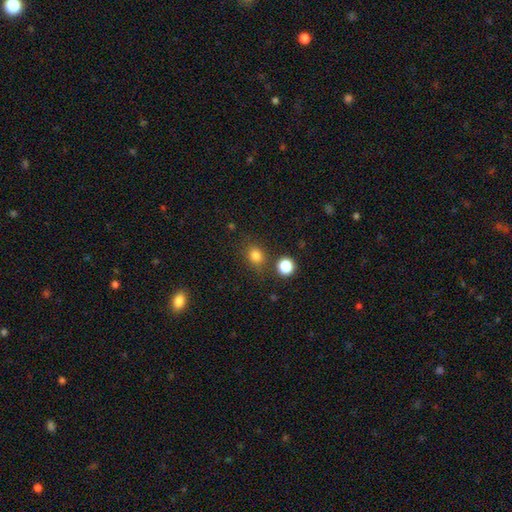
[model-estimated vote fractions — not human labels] Smooth or featured: smooth — 81% (star or artifact — 14%)
How rounded: round — 65% (in between — 34%)
Merging: none — 74% (minor disturbance — 13%)